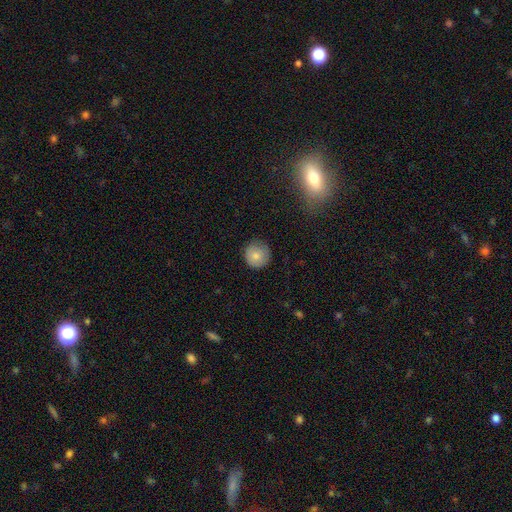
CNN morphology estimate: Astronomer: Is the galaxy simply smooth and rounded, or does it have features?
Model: smooth — 81%.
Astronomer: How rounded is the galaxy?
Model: round — 94%.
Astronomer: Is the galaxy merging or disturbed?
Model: none — 84%.